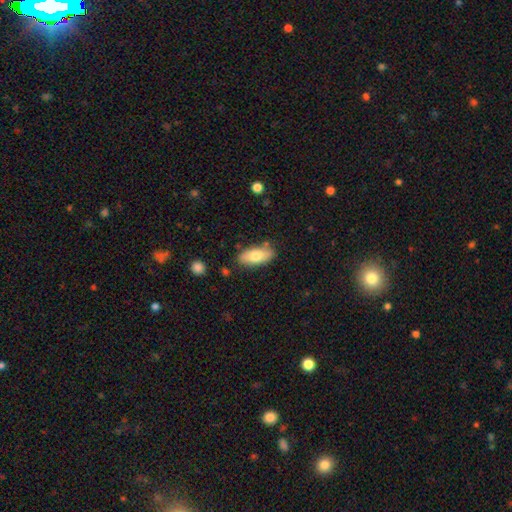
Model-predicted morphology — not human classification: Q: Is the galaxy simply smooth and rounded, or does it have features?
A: smooth — 74%.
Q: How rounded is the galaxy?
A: in between — 87%.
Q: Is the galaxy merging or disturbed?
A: none — 80%.